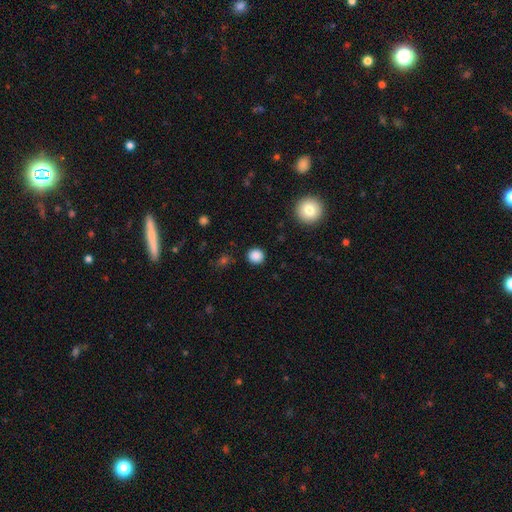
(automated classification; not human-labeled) The model was most divided on "smooth or featured": smooth: 86%, star or artifact: 11%, featured or disk: 3%. More confident: how rounded — round (92%); merging — none (90%).